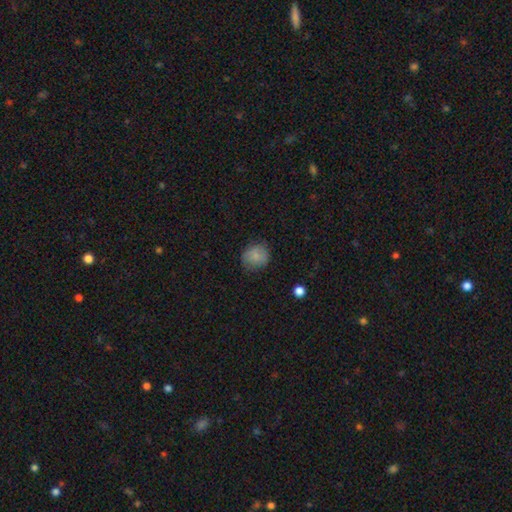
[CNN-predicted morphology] A smooth galaxy with no disk features (82%) that is round (76%).

Vote fractions:
- Smooth or featured? smooth: 82% / star or artifact: 9% / featured or disk: 9%
- How rounded? round: 76% / in between: 23% / cigar-shaped: 1%
- Merging? none: 77% / minor disturbance: 17% / major disturbance: 4% / merger: 1%